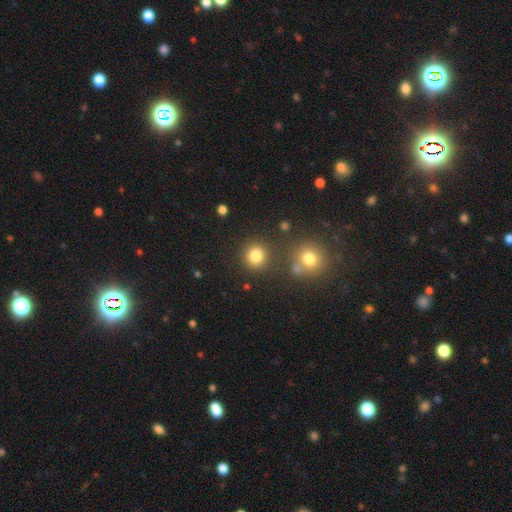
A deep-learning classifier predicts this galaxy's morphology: Overall: smooth (81%). How rounded: round (90%). Merging: none (82%).